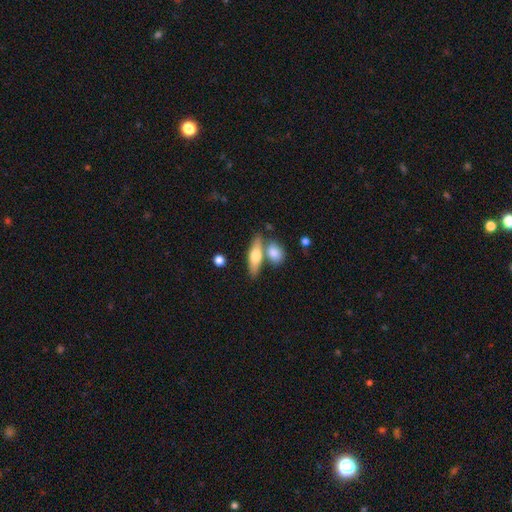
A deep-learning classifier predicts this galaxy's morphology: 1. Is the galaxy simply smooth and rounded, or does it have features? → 60% smooth, 34% featured or disk, 6% star or artifact.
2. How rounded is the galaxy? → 51% in between, 43% cigar-shaped, 6% round.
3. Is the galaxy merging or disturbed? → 58% none, 28% merger, 11% minor disturbance, 4% major disturbance.